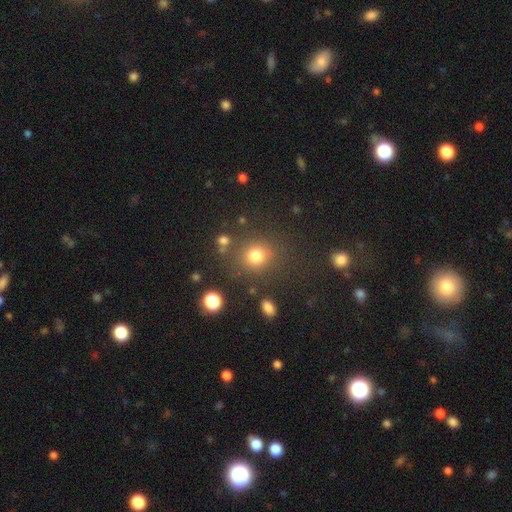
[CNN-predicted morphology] type=smooth (77%); roundness=round (82%); merging=none (78%).